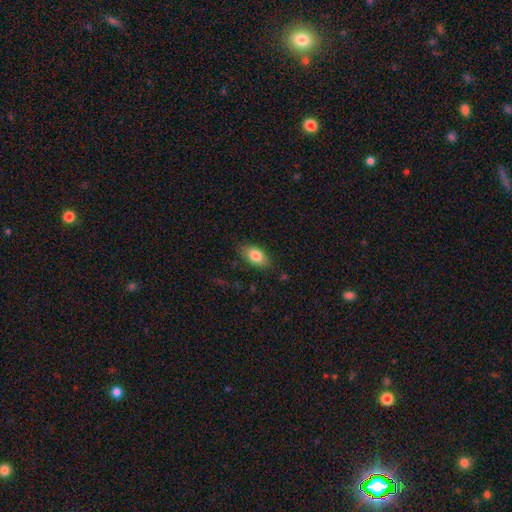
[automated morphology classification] Smooth or featured: smooth — 82% (featured or disk — 11%)
How rounded: in between — 90% (round — 6%)
Merging: none — 80% (minor disturbance — 15%)